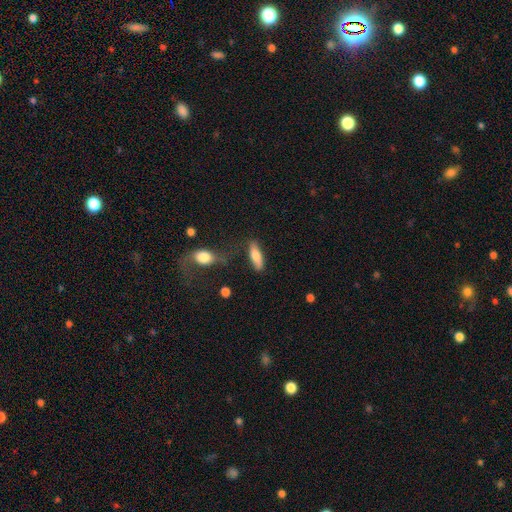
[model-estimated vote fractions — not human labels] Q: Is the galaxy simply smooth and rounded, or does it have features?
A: smooth — 75%.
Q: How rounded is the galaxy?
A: in between — 54%.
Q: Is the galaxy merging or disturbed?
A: none — 70%.